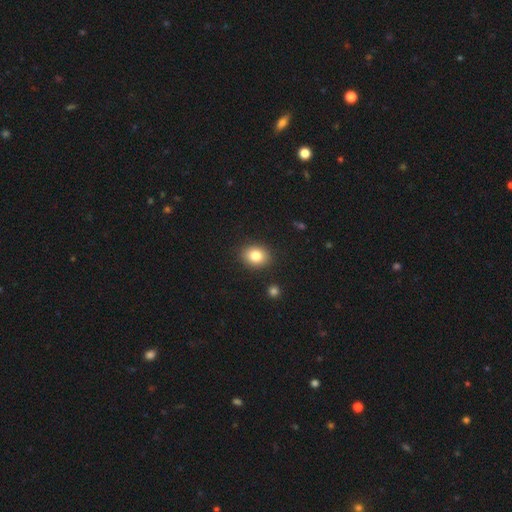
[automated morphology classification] Smooth or featured? smooth (83%)
How rounded? round (57%)
Merging? none (89%)